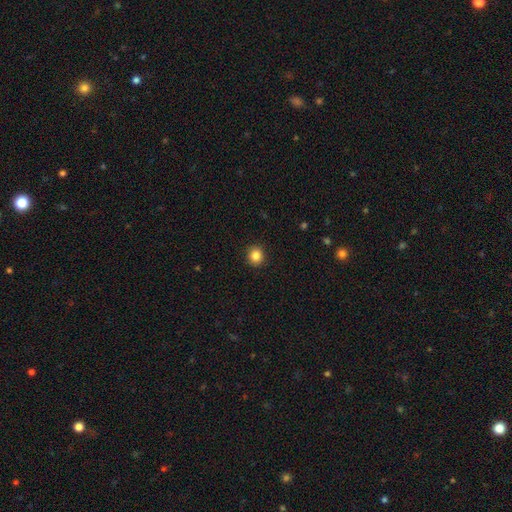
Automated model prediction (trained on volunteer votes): Overall: smooth (85%). How rounded: round (88%). Merging: none (92%).